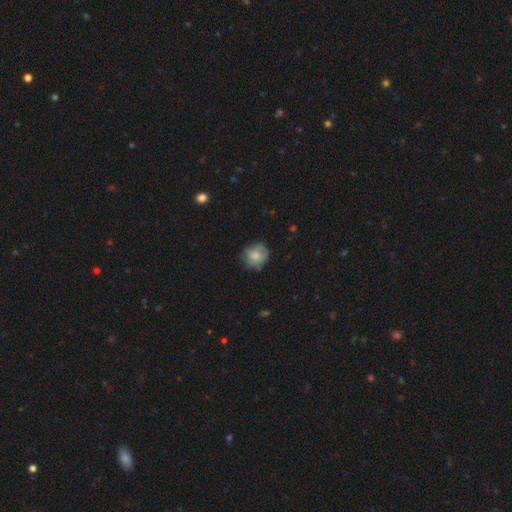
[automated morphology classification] Q: Smooth or featured?
A: smooth (68%); runner-up: featured or disk (24%)
Q: How rounded?
A: round (81%); runner-up: in between (18%)
Q: Merging?
A: none (66%); runner-up: minor disturbance (25%)